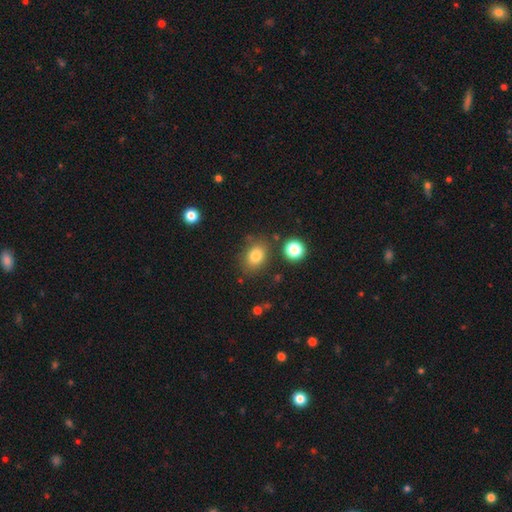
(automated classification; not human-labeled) Overall: smooth (81%). How rounded: in between (63%; round 36%). Merging: none (78%).